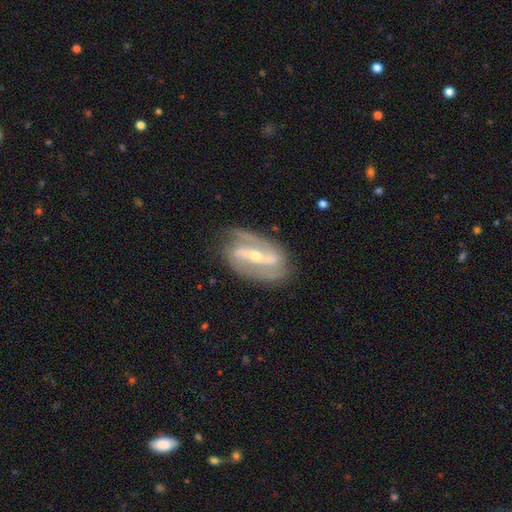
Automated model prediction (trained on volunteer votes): smooth-or-featured: featured or disk: 89% | smooth: 6% | star or artifact: 5%
  disk-edge-on: no: 94% | yes: 6%
    bar: strong: 71% | weak: 20% | no: 9%
    has-spiral-arms: yes: 95% | no: 5%
      spiral-winding: medium: 48% | tight: 33% | loose: 19%
      spiral-arm-count: 2: 89% | can't tell: 4% | 3: 2% | 1: 2% | 4: 1% | more than 4: 1%
    bulge-size: small: 59% | moderate: 38% | large: 1% | none: 1% | dominant: 1%
  merging: none: 79% | minor disturbance: 14% | major disturbance: 5% | merger: 1%